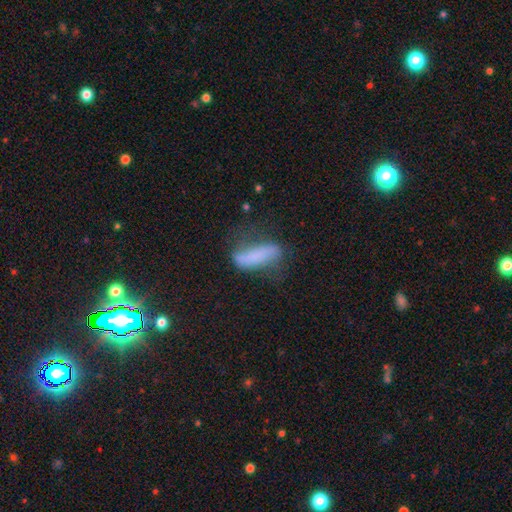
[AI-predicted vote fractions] Smooth or featured? Predicted: smooth (p=0.60). How rounded? Predicted: cigar-shaped (p=0.55). Merging? Predicted: none (p=0.45).